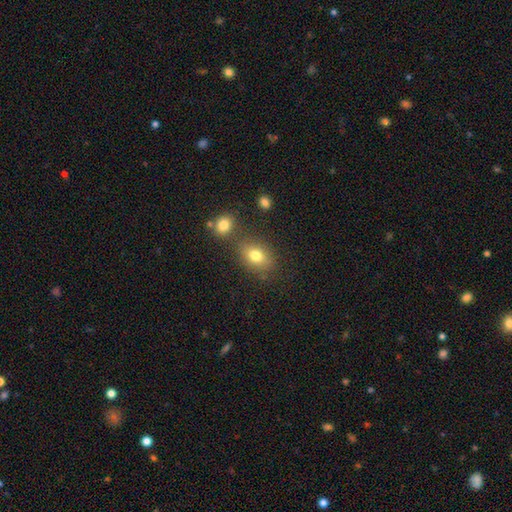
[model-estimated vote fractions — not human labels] The model was most divided on "how rounded": in between: 70%, round: 29%, cigar-shaped: 1%. More confident: smooth or featured — smooth (78%); merging — none (70%).